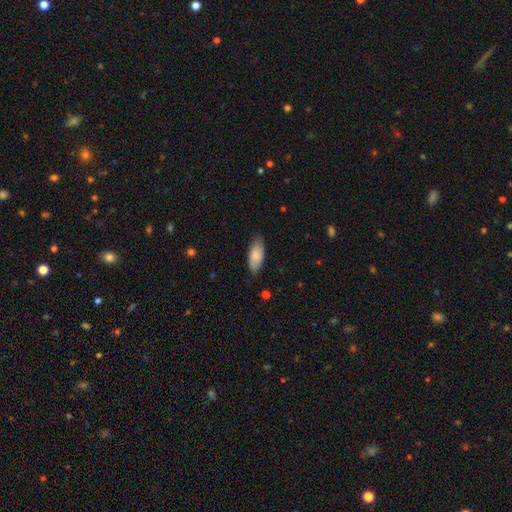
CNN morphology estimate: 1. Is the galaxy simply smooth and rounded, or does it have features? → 84% smooth, 11% featured or disk, 6% star or artifact.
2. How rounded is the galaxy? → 83% in between, 16% cigar-shaped, 2% round.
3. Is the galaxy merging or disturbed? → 80% none, 16% minor disturbance, 3% major disturbance, 1% merger.